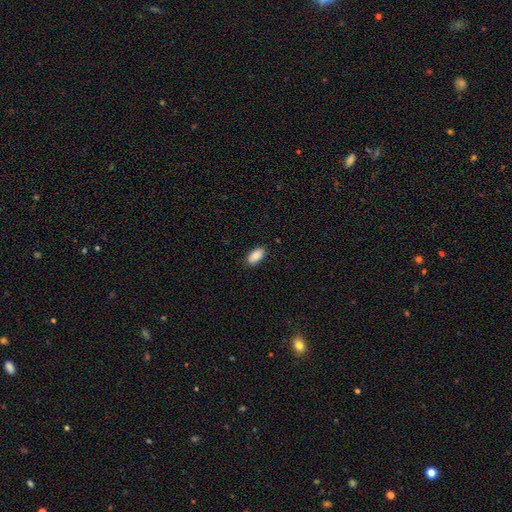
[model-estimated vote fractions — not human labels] A smooth galaxy with no disk features (89%) that is in between round and cigar-shaped (93%).

Vote fractions:
- Smooth or featured? smooth: 89% / star or artifact: 7% / featured or disk: 4%
- How rounded? in between: 93% / cigar-shaped: 5% / round: 2%
- Merging? none: 87% / minor disturbance: 10% / major disturbance: 2% / merger: 1%